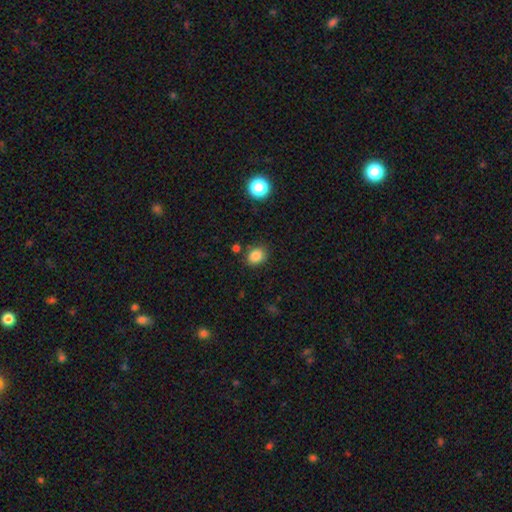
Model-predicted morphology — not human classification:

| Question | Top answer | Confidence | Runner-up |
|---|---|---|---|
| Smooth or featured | smooth | 84% | star or artifact (11%) |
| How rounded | round | 56% | in between (43%) |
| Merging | none | 81% | minor disturbance (12%) |